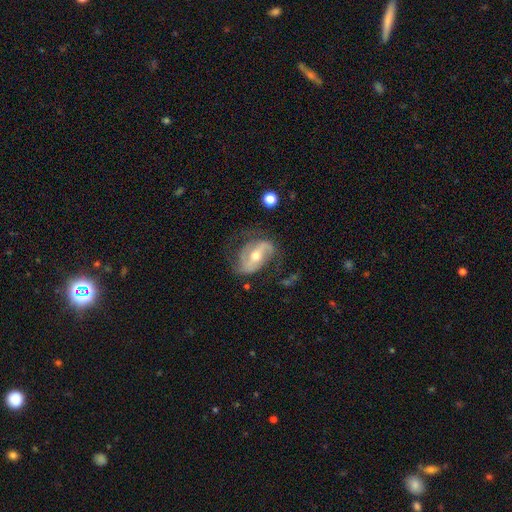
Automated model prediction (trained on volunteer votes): Overall: featured or disk (81%). Edge-on disk: no (95%). Bar: strong (39%; weak 35%). Spiral arms: yes (89%). Spiral arm count: 2 (79%). Spiral winding: loose (42%; medium 40%). Bulge size: moderate (63%; small 33%). Merging: none (58%; minor disturbance 22%).